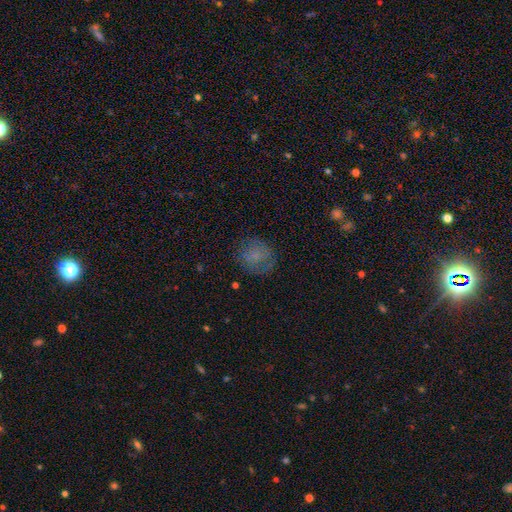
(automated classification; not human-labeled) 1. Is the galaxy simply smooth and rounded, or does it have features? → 65% smooth, 20% featured or disk, 14% star or artifact.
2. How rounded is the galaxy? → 79% round, 20% in between, 1% cigar-shaped.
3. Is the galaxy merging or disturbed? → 73% none, 17% minor disturbance, 9% major disturbance, 1% merger.